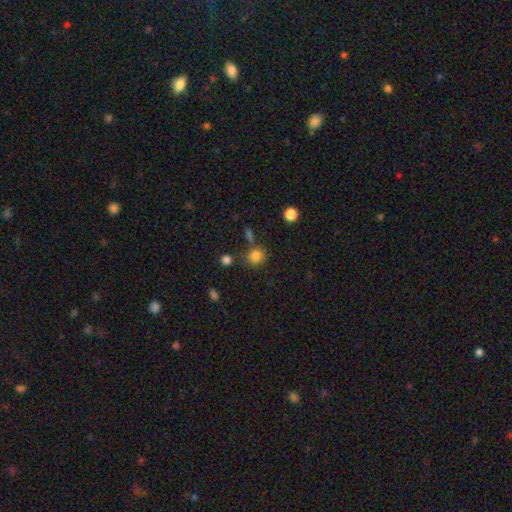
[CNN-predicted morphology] This appears to be a smooth galaxy with no disk features (81%) that is round (77%). Merging: none (69%).